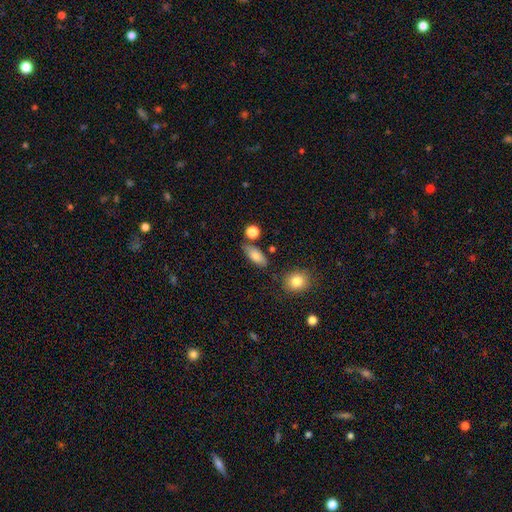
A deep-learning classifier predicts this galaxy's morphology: smooth_or_featured: smooth (p=0.81) [alt: featured or disk p=0.11]
how_rounded: in between (p=0.82) [alt: cigar-shaped p=0.12]
merging: none (p=0.73) [alt: minor disturbance p=0.16]